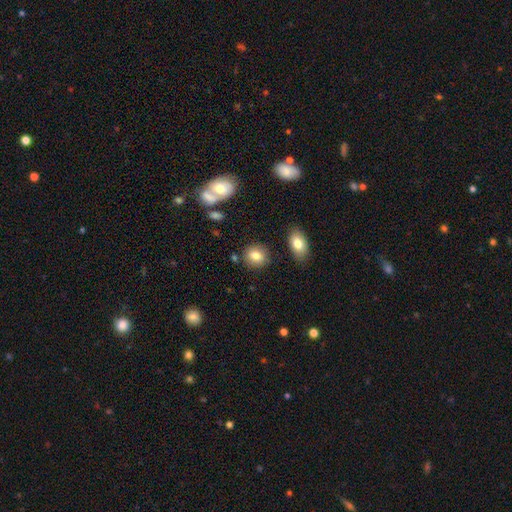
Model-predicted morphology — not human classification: smooth-or-featured: smooth: 82% | star or artifact: 9% | featured or disk: 9%
  how-rounded: round: 64% | in between: 35% | cigar-shaped: 1%
  merging: none: 83% | minor disturbance: 10% | merger: 4% | major disturbance: 3%